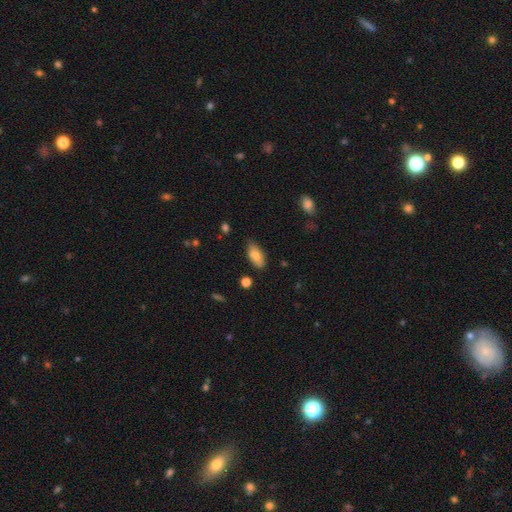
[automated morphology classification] Smooth or featured? Predicted: smooth (p=0.81). How rounded? Predicted: in between (p=0.88). Merging? Predicted: none (p=0.76).